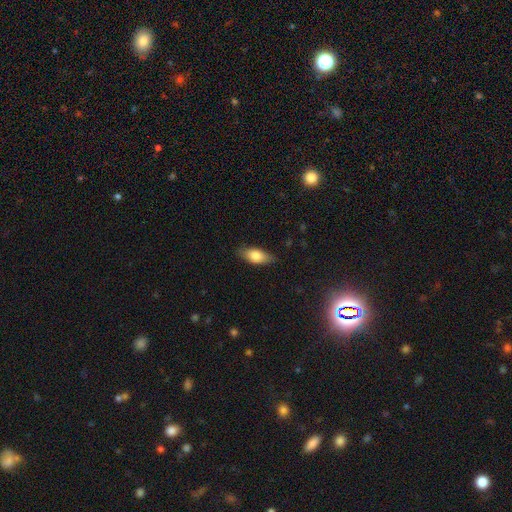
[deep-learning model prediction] smooth_or_featured: smooth (p=0.79) [alt: featured or disk p=0.15]
how_rounded: in between (p=0.84) [alt: cigar-shaped p=0.12]
merging: none (p=0.79) [alt: minor disturbance p=0.16]